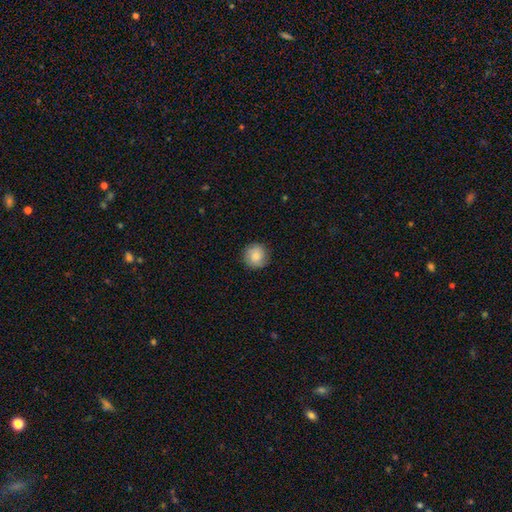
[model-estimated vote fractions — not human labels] Overall: smooth (77%). How rounded: round (94%). Merging: none (88%).